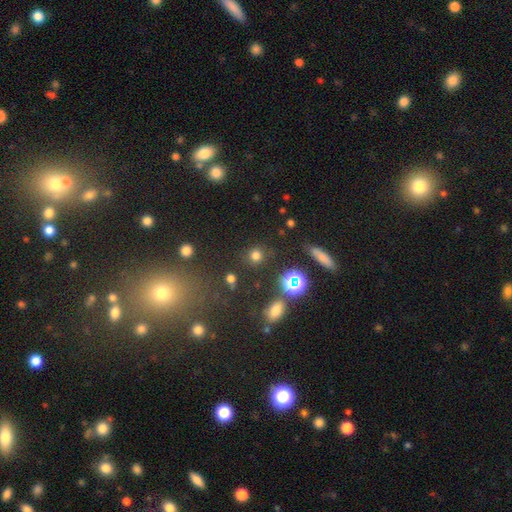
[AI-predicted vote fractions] A smooth galaxy with no disk features (72%) that is round (88%). Merging: none (83%).